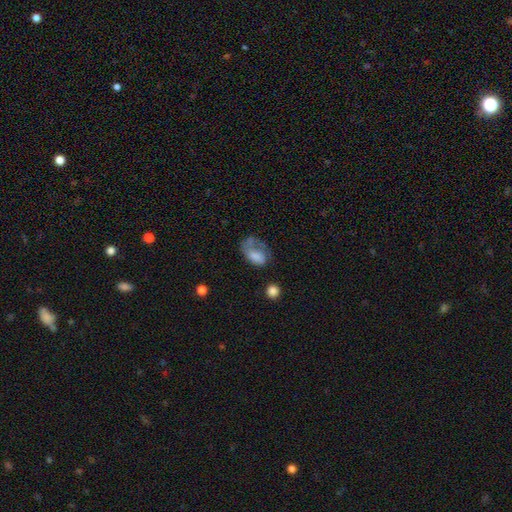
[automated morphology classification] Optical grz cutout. It shows a smooth galaxy with no disk features (61%) that is in between round and cigar-shaped (84%). Merging: major disturbance (44%).